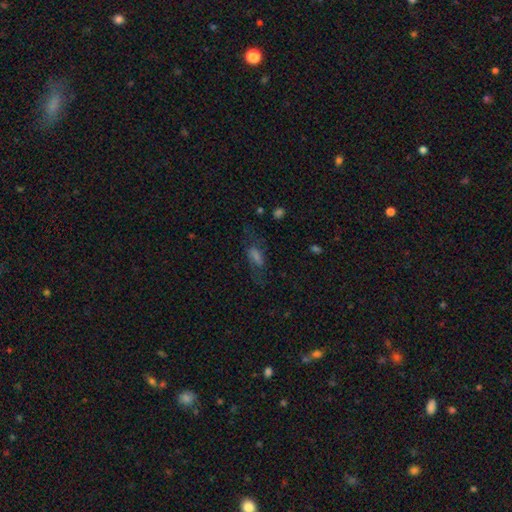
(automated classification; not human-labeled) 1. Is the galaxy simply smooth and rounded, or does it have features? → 42% smooth, 35% featured or disk, 23% star or artifact.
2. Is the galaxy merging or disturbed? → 61% none, 19% minor disturbance, 18% major disturbance, 2% merger.